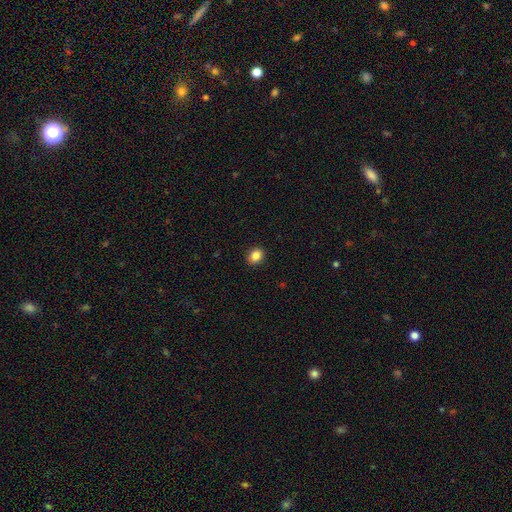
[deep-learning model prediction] Smooth or featured? smooth (87%)
How rounded? round (57%)
Merging? none (91%)